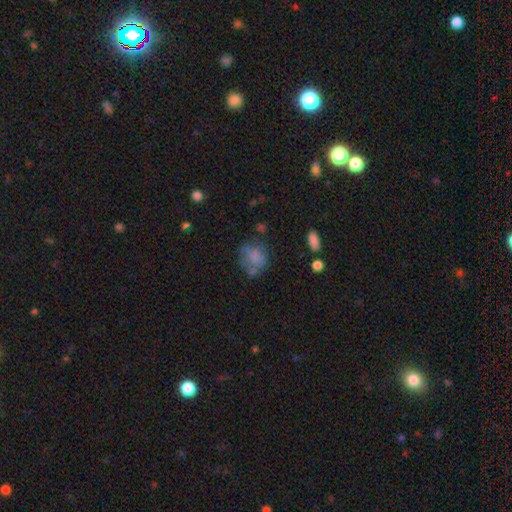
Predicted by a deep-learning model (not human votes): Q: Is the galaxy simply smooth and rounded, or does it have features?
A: smooth — 60%.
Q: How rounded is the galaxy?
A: round — 62%.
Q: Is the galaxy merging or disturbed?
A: none — 55%.